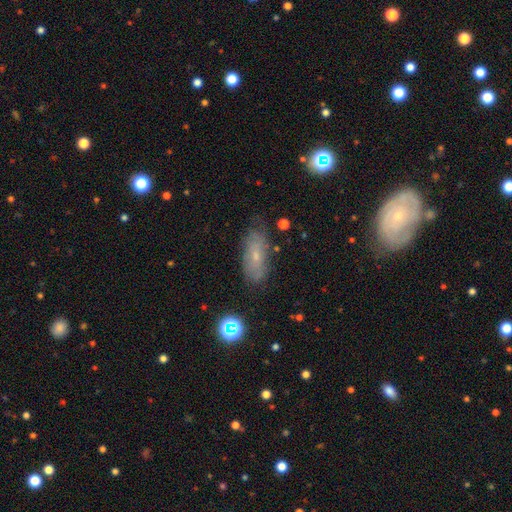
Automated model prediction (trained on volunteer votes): This is possibly a smooth galaxy (52%). How rounded: likely in between (78%). Merging: likely none (73%).